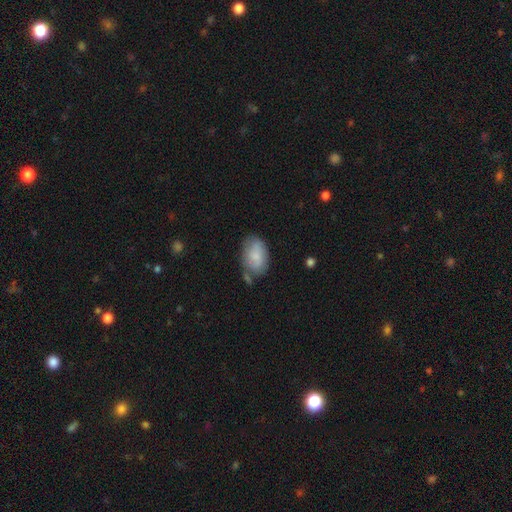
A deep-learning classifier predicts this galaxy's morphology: The model was most divided on "merging": none: 59%, minor disturbance: 26%, merger: 8%, major disturbance: 7%. More confident: how rounded — in between (91%); smooth or featured — smooth (77%).